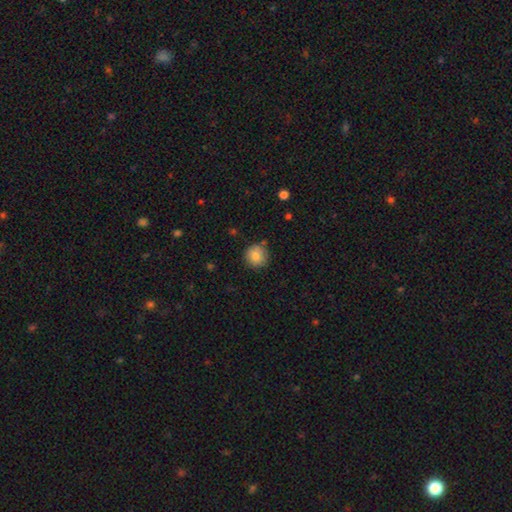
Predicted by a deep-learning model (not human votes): Overall: smooth (83%). How rounded: round (93%). Merging: none (82%).